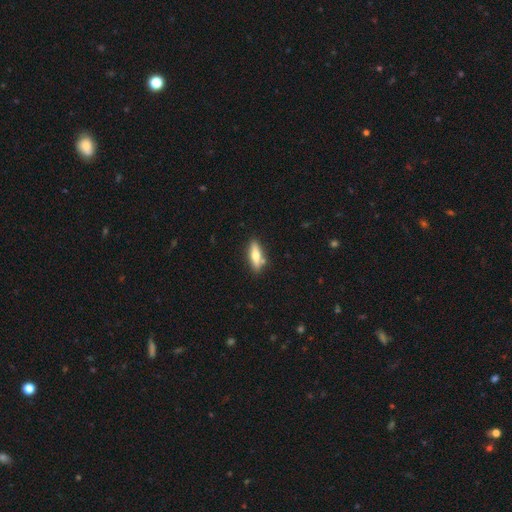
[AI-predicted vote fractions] The model was most divided on "how rounded": cigar-shaped: 55%, in between: 43%, round: 3%. More confident: merging — none (80%); smooth or featured — smooth (57%).